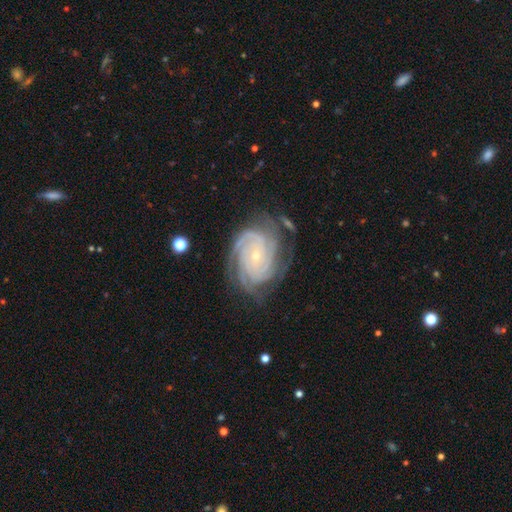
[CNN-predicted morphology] Q: Smooth or featured?
A: featured or disk (90%); runner-up: star or artifact (6%)
Q: Edge-on disk?
A: no (98%); runner-up: yes (2%)
Q: Bar?
A: no (71%); runner-up: weak (21%)
Q: Spiral arms?
A: yes (98%); runner-up: no (2%)
Q: Spiral winding?
A: tight (78%); runner-up: medium (19%)
Q: Spiral arm count?
A: 4 (33%); runner-up: 3 (23%)
Q: Bulge size?
A: small (80%); runner-up: moderate (16%)
Q: Merging?
A: none (71%); runner-up: minor disturbance (19%)